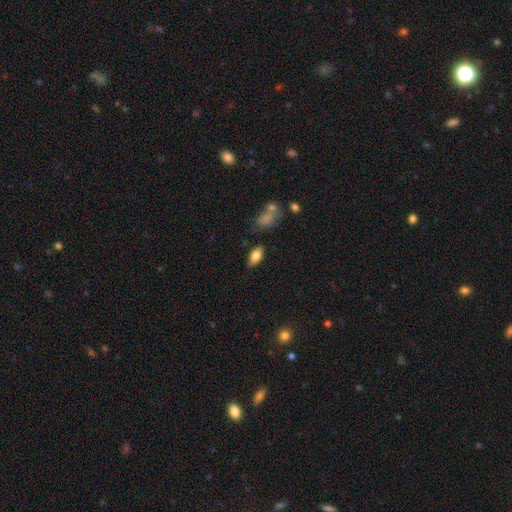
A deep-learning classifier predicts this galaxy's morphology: smooth 75%, featured or disk 16%, star or artifact 8%. Down the decision tree: how rounded — in between (88%); merging — none (81%).